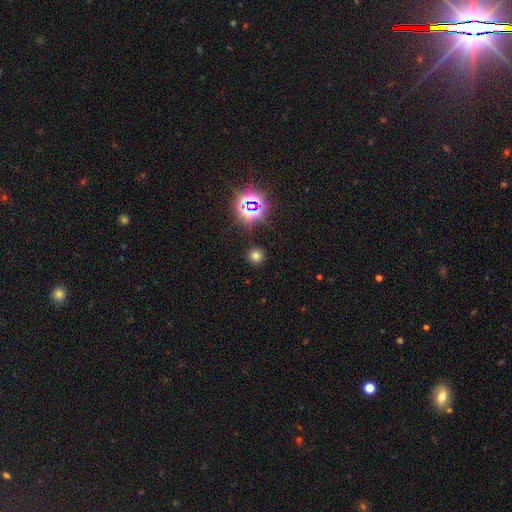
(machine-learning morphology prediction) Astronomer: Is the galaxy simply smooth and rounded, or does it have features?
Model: smooth — 68%.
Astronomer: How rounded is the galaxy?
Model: round — 92%.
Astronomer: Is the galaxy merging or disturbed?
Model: none — 89%.